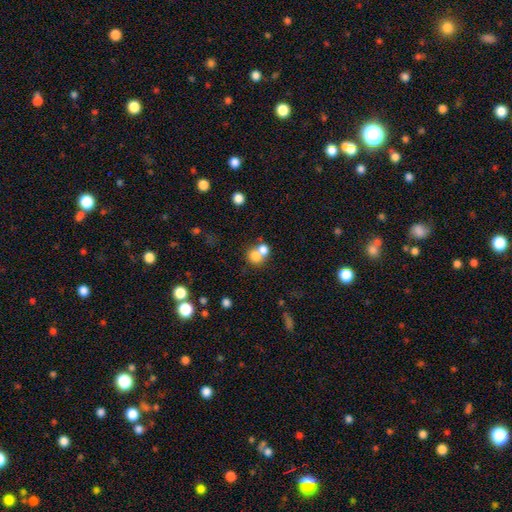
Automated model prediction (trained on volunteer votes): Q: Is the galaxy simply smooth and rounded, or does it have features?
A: smooth — 74%.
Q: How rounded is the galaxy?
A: round — 75%.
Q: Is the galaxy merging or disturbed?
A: merger — 57%.